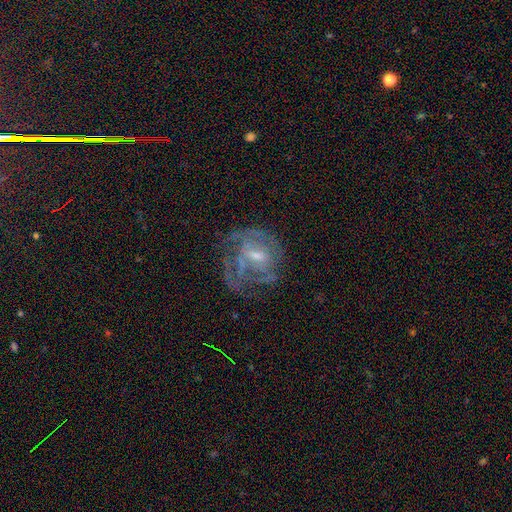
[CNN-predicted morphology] Q: Smooth or featured?
A: featured or disk (74%); runner-up: smooth (14%)
Q: Edge-on disk?
A: no (97%); runner-up: yes (3%)
Q: Bar?
A: weak (49%); runner-up: no (38%)
Q: Spiral arms?
A: yes (72%); runner-up: no (28%)
Q: Spiral winding?
A: tight (49%); runner-up: medium (36%)
Q: Spiral arm count?
A: can't tell (51%); runner-up: 3 (16%)
Q: Bulge size?
A: small (45%); runner-up: moderate (41%)
Q: Merging?
A: none (51%); runner-up: major disturbance (26%)